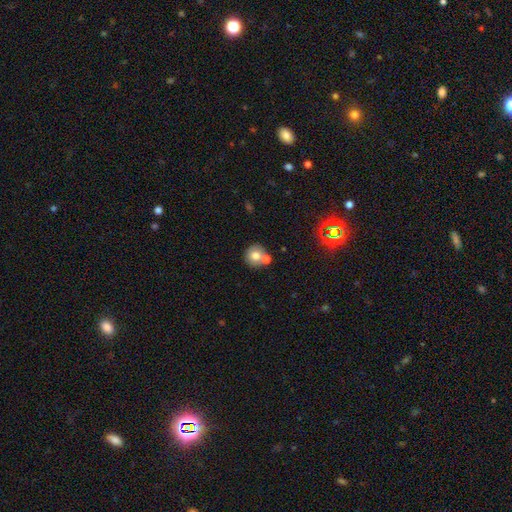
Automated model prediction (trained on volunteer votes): Smooth or featured?
  - smooth: 72% *
  - featured or disk: 17%
  - star or artifact: 11%
How rounded?
  - round: 91% *
  - in between: 9%
  - cigar-shaped: 1%
Merging?
  - none: 60% *
  - merger: 29%
  - minor disturbance: 9%
  - major disturbance: 3%